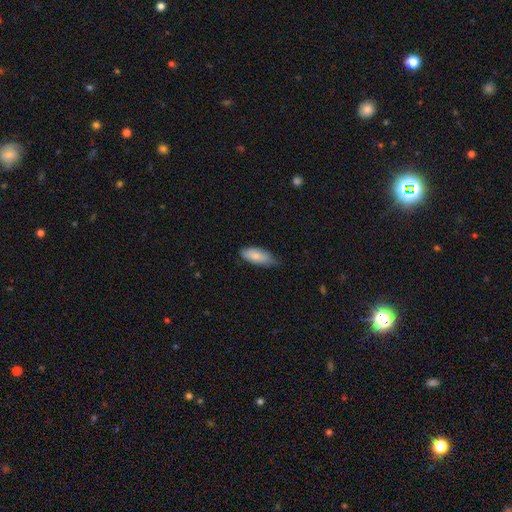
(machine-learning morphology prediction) Q: Smooth or featured?
A: smooth (83%); runner-up: featured or disk (11%)
Q: How rounded?
A: in between (80%); runner-up: cigar-shaped (19%)
Q: Merging?
A: none (65%); runner-up: minor disturbance (30%)